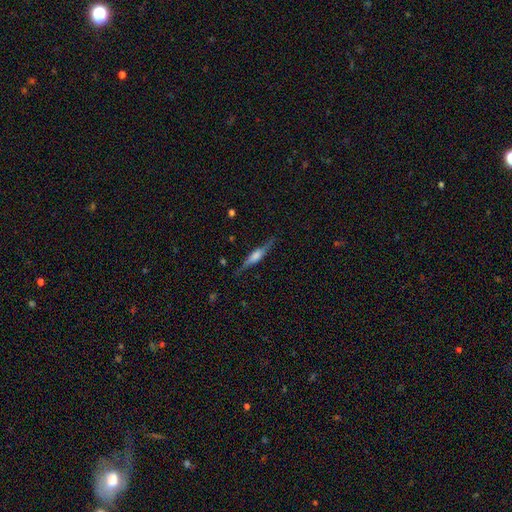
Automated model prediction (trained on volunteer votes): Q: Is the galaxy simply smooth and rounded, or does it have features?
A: featured or disk — 70%.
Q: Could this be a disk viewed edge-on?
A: yes — 96%.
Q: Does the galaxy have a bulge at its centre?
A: rounded — 64%.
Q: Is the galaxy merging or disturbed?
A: none — 84%.